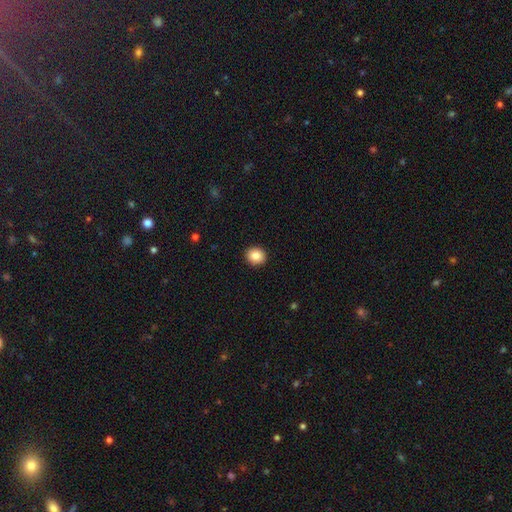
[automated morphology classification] Smooth or featured: smooth — 85% (star or artifact — 9%)
How rounded: round — 86% (in between — 13%)
Merging: none — 93% (minor disturbance — 5%)